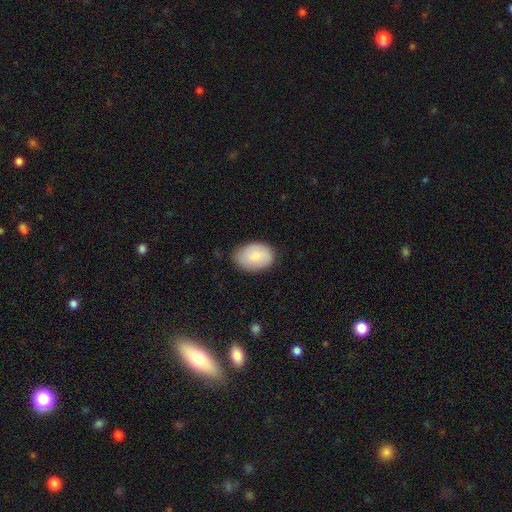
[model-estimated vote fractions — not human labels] Smooth or featured: smooth — 81% (featured or disk — 13%)
How rounded: in between — 84% (round — 15%)
Merging: none — 76% (minor disturbance — 19%)